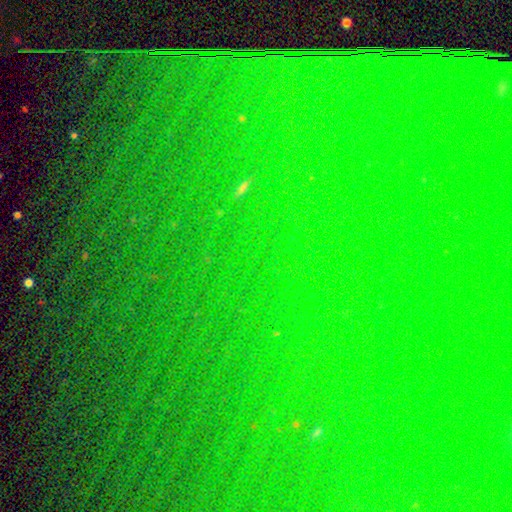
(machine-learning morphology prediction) Overall: star or artifact (79%).